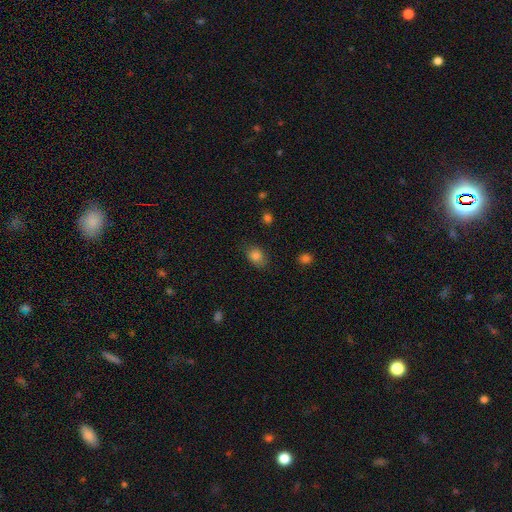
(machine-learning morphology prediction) Smooth or featured: smooth — 84% (star or artifact — 10%)
How rounded: in between — 66% (round — 33%)
Merging: none — 77% (minor disturbance — 17%)